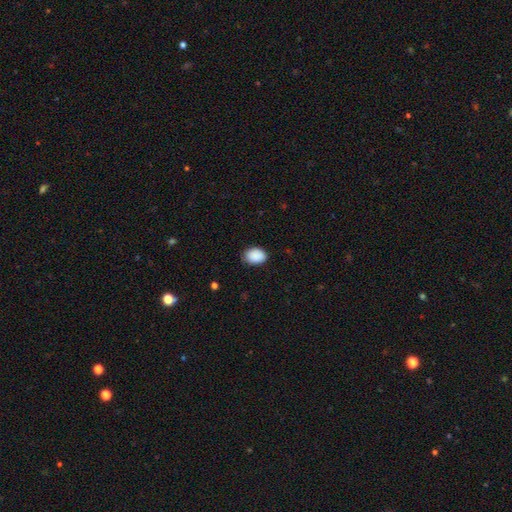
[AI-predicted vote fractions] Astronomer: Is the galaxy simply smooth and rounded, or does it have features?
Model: smooth — 90%.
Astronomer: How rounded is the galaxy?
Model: in between — 74%.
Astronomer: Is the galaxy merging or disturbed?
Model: none — 80%.